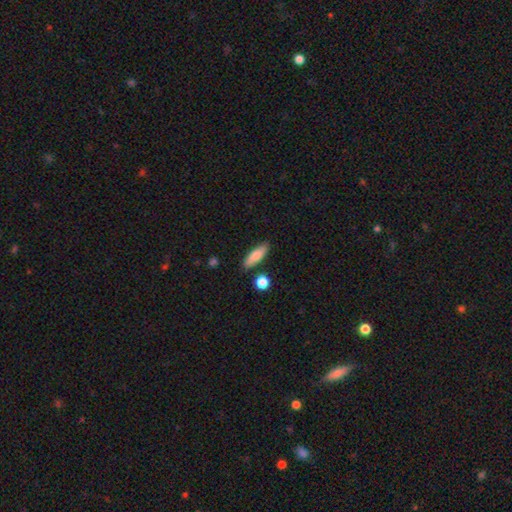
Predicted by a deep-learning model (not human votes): This appears to be a smooth galaxy with no disk features (75%) that is in between round and cigar-shaped (51%). Merging: none (83%).